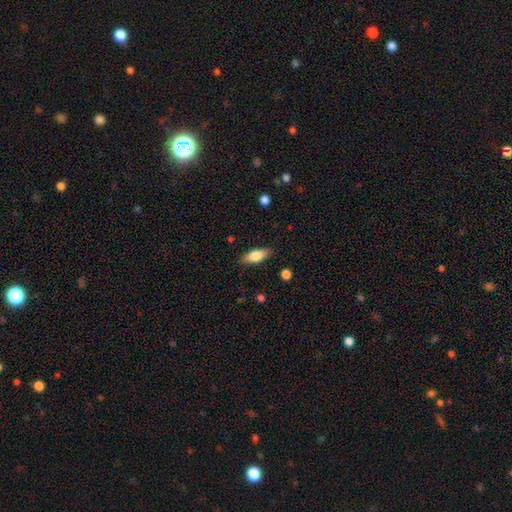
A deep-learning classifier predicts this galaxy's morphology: This appears to be a smooth galaxy with no disk features (79%) that is in between round and cigar-shaped (75%). Merging: none (85%).